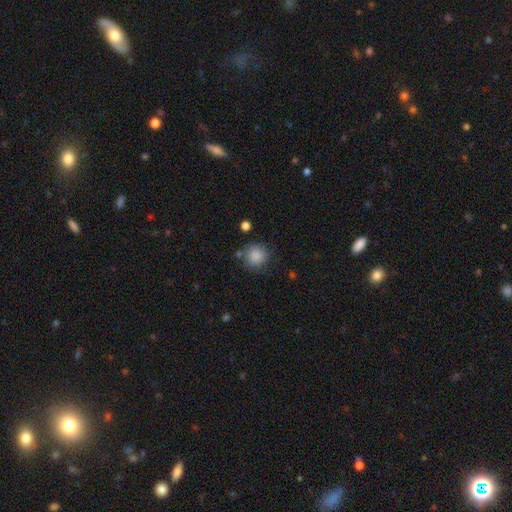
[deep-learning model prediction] This appears to be a smooth galaxy with no disk features (87%) that is round (92%). Merging: none (77%).